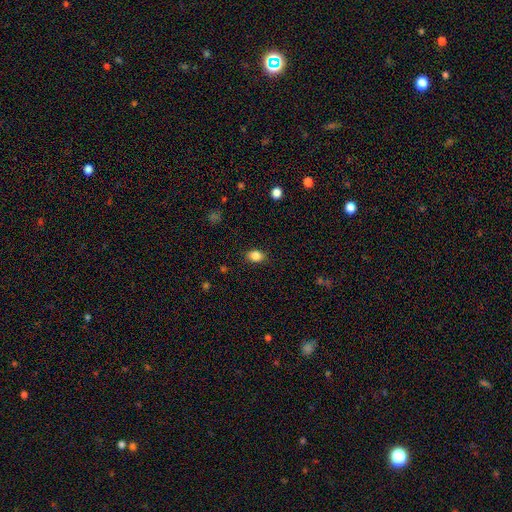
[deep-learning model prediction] smooth_or_featured: smooth (p=0.86) [alt: star or artifact p=0.10]
how_rounded: in between (p=0.67) [alt: round p=0.32]
merging: none (p=0.85) [alt: minor disturbance p=0.11]